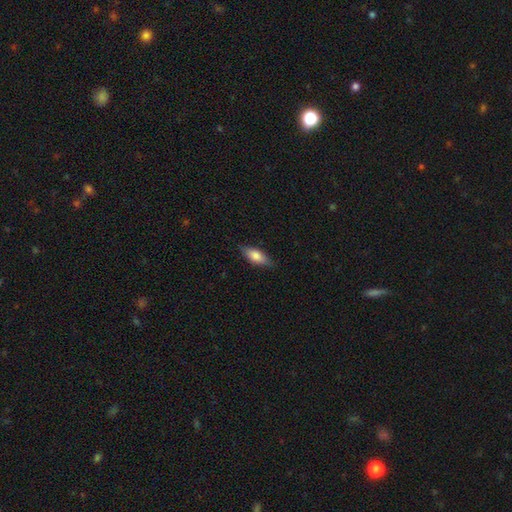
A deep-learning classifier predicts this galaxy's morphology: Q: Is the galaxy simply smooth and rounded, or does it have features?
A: smooth — 73%.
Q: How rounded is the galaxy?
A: in between — 75%.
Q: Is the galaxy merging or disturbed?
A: none — 82%.